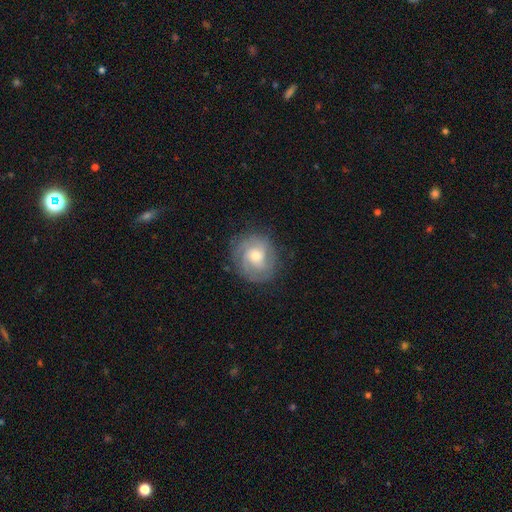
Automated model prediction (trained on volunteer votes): Morphology: type=featured or disk (77%); edge-on=no (98%); bar=no (62%); spiral arms=yes (94%); winding=tight (63%); arm count=3 (30%); bulge=moderate (57%); merging=none (81%).